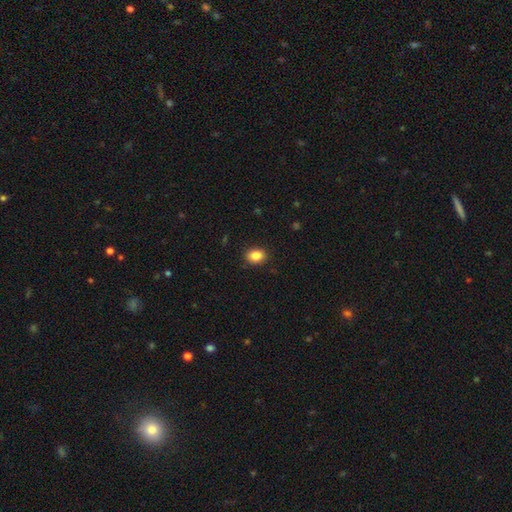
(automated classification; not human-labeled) This appears to be a smooth galaxy with no disk features (85%) that is in between round and cigar-shaped (62%). Merging: none (89%).